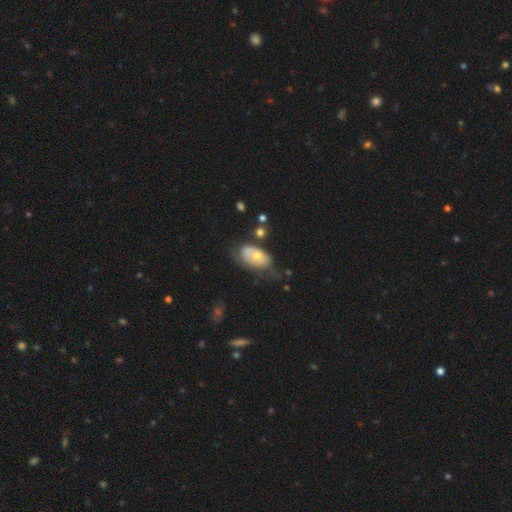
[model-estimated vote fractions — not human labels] Smooth or featured? Predicted: smooth (p=0.50). Merging? Predicted: none (p=0.35).